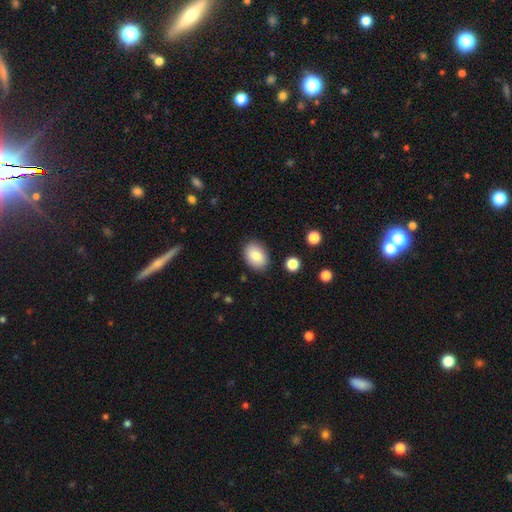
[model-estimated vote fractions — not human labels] smooth 84%, featured or disk 9%, star or artifact 7%. Down the decision tree: how rounded — in between (81%); merging — none (87%).